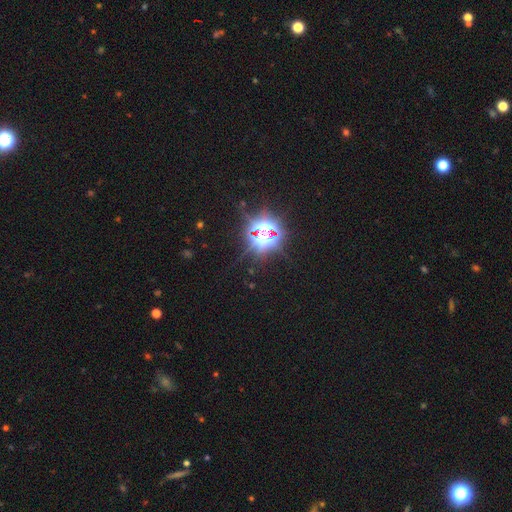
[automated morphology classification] star or artifact 85%, smooth 10%, featured or disk 6%.